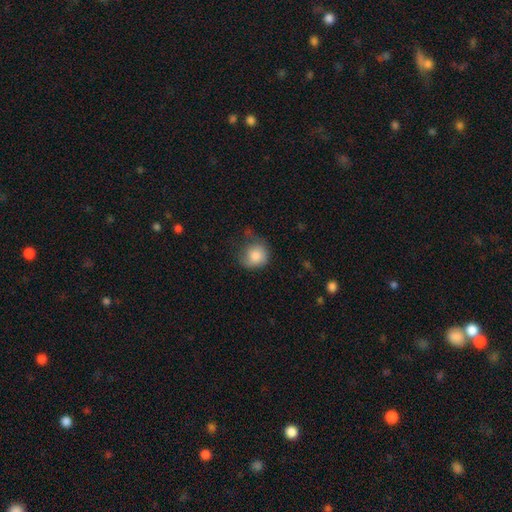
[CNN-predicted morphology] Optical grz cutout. It shows a smooth galaxy with no disk features (80%) that is round (81%). Merging: none (44%).